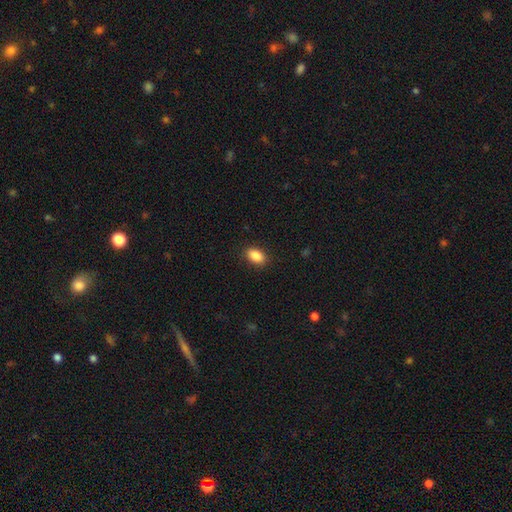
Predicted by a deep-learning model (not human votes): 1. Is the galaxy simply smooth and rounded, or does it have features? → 88% smooth, 8% star or artifact, 4% featured or disk.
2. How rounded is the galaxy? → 89% in between, 9% round, 2% cigar-shaped.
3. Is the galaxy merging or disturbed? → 89% none, 8% minor disturbance, 2% major disturbance, 1% merger.